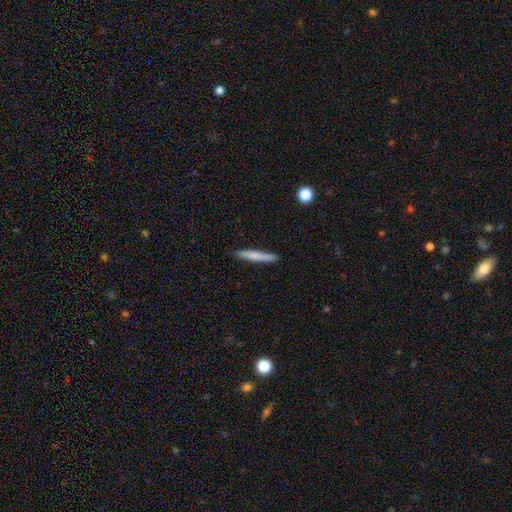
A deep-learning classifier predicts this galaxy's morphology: This appears to be a smooth galaxy with no disk features (74%) that is cigar-shaped (95%). Merging: none (90%).